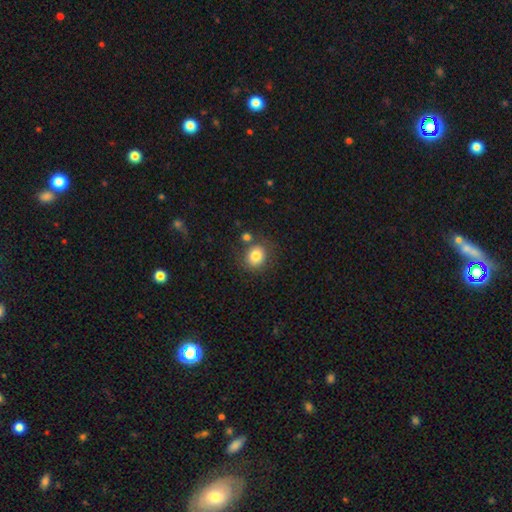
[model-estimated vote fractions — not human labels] This is clearly a smooth galaxy (83%). How rounded: likely round (72%). Merging: likely none (75%).